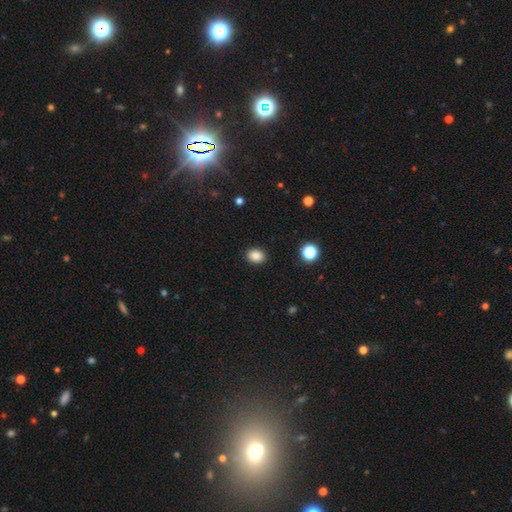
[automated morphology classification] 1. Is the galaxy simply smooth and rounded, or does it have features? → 86% smooth, 10% star or artifact, 4% featured or disk.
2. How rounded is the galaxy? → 60% in between, 39% round, 1% cigar-shaped.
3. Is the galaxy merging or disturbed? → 90% none, 7% minor disturbance, 2% major disturbance, 1% merger.